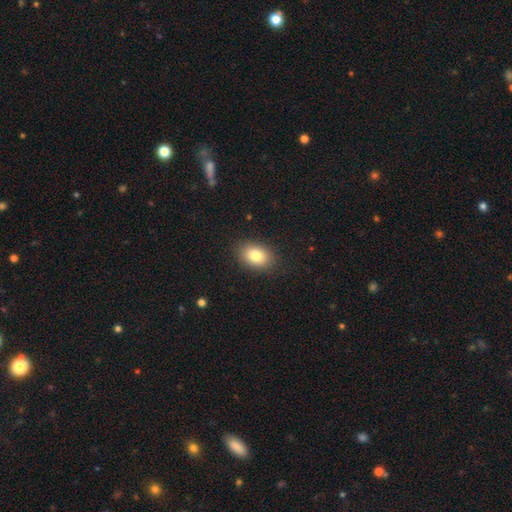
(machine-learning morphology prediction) A smooth galaxy with no disk features (82%) that is in between round and cigar-shaped (79%). Merging: none (87%).